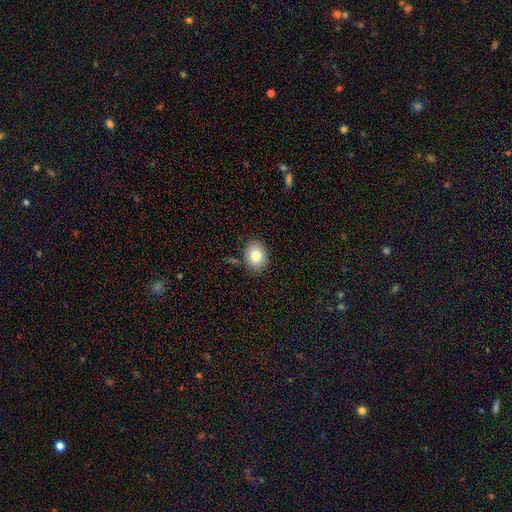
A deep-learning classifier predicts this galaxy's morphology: A smooth galaxy with no disk features (82%) that is in between round and cigar-shaped (50%, tied with round).

Vote fractions:
- Smooth or featured? smooth: 82% / featured or disk: 10% / star or artifact: 9%
- How rounded? in between: 50% (tied) / round: 50% (tied) / cigar-shaped: 1%
- Merging? none: 84% / minor disturbance: 11% / major disturbance: 3% / merger: 2%